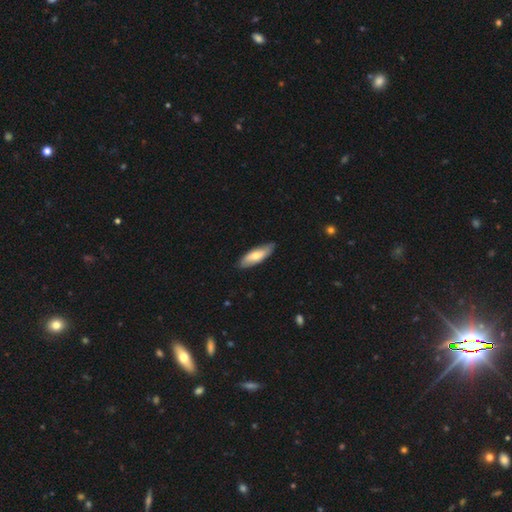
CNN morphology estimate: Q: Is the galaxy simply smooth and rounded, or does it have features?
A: smooth — 66%.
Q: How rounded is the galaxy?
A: in between — 59%.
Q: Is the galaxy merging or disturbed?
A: none — 84%.